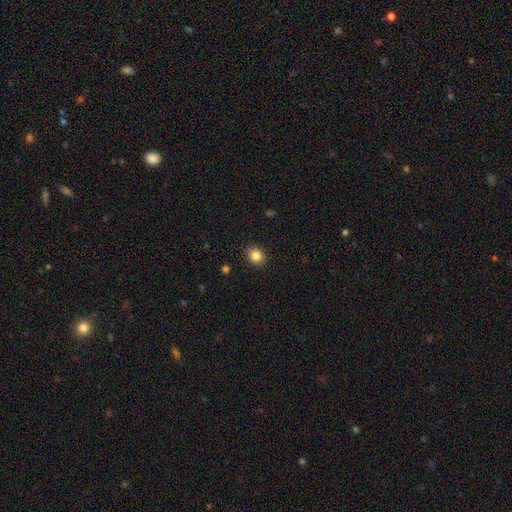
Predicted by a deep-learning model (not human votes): smooth-or-featured: smooth: 85% | star or artifact: 10% | featured or disk: 5%
  how-rounded: round: 55% | in between: 44% | cigar-shaped: 1%
  merging: none: 88% | minor disturbance: 9% | major disturbance: 2% | merger: 1%